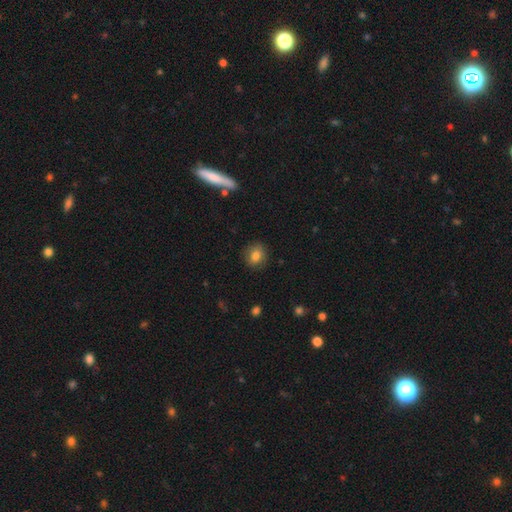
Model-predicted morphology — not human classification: The model was most divided on "how rounded": round: 74%, in between: 25%, cigar-shaped: 1%. More confident: merging — none (86%); smooth or featured — smooth (82%).